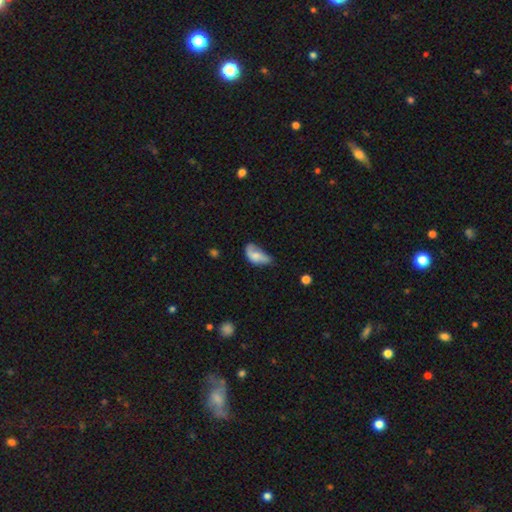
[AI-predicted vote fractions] Overall: smooth (61%; featured or disk 31%). How rounded: in between (89%). Merging: minor disturbance (36%; major disturbance 32%).